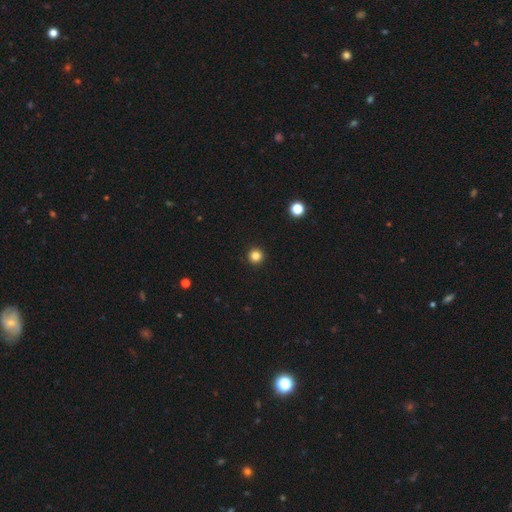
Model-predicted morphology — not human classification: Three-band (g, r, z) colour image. It shows a smooth galaxy with no disk features (83%) that is round (96%). Merging: none (94%).